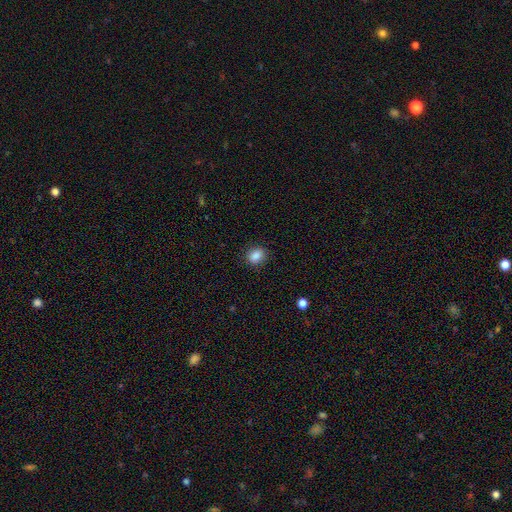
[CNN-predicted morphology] A smooth galaxy with no disk features (86%) that is round (53%). Merging: none (86%).